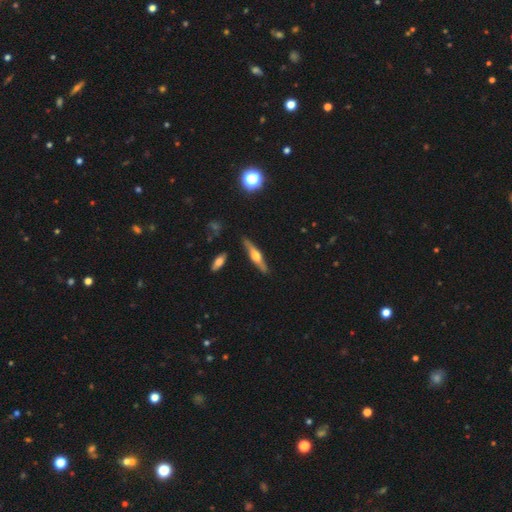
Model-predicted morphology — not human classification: Q: Smooth or featured?
A: featured or disk (69%); runner-up: smooth (25%)
Q: Edge-on disk?
A: yes (96%); runner-up: no (4%)
Q: Edge-on bulge?
A: rounded (93%); runner-up: boxy (5%)
Q: Merging?
A: none (87%); runner-up: minor disturbance (9%)